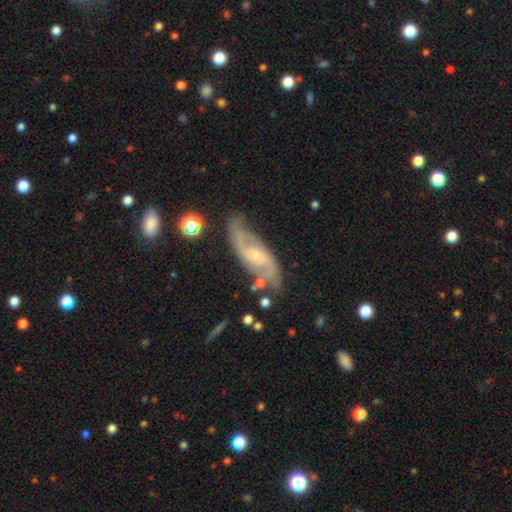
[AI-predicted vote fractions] Overall: featured or disk (83%). Edge-on disk: no (92%). Bar: no (48%; weak 41%). Spiral arms: yes (95%). Spiral arm count: 2 (87%). Spiral winding: medium (43%; loose 41%). Bulge size: small (69%). Merging: none (69%).